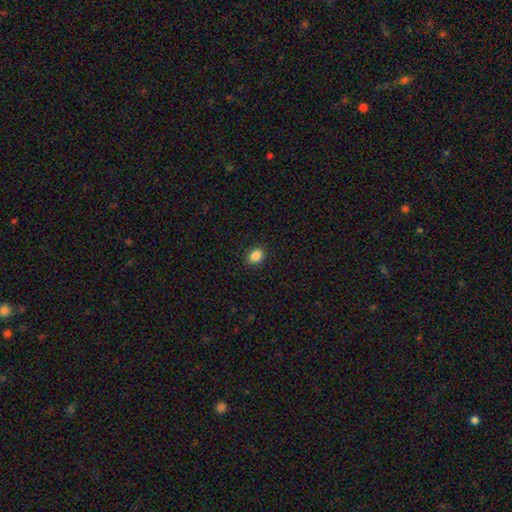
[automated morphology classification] Overall: smooth (87%). How rounded: in between (61%; round 38%). Merging: none (90%).